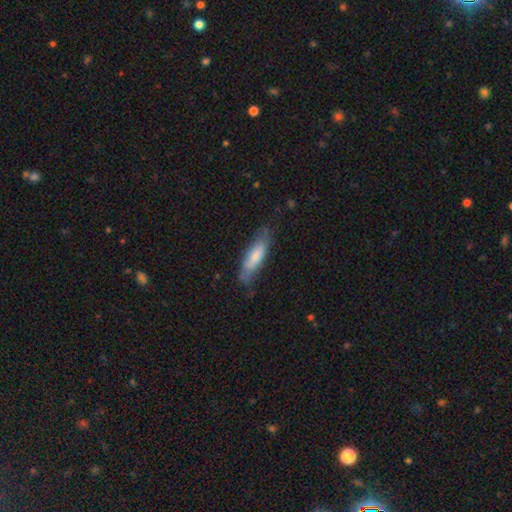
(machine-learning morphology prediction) smooth 69%, featured or disk 25%, star or artifact 6%. Down the decision tree: how rounded — cigar-shaped (61%); merging — none (65%).